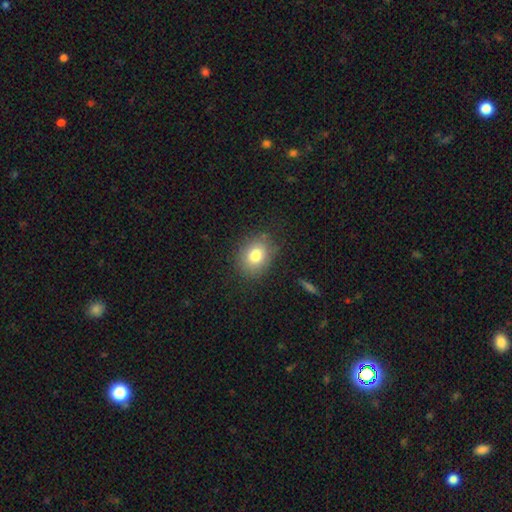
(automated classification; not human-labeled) Smooth or featured? Predicted: smooth (p=0.79). How rounded? Predicted: in between (p=0.52). Merging? Predicted: none (p=0.82).